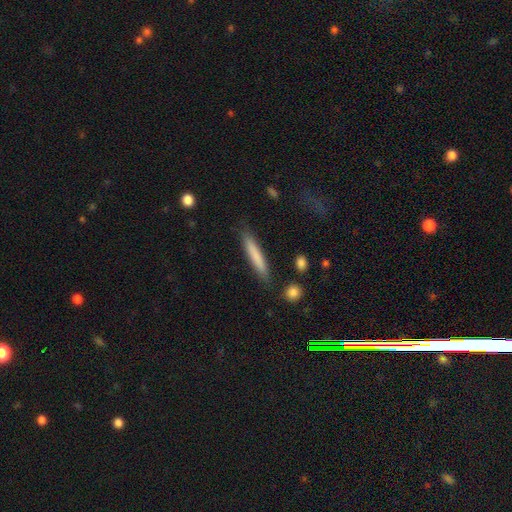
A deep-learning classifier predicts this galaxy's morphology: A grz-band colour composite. It shows a smooth galaxy with no disk features (74%) that is cigar-shaped (94%). Merging: none (86%).